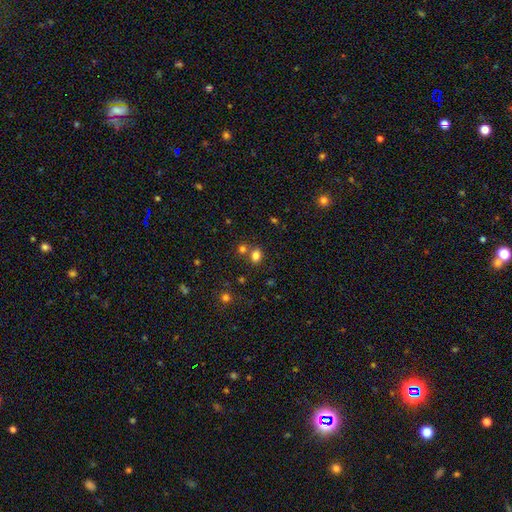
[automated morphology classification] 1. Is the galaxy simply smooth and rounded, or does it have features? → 78% smooth, 15% star or artifact, 6% featured or disk.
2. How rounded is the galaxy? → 56% round, 43% in between, 1% cigar-shaped.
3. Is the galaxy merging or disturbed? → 66% none, 22% merger, 10% minor disturbance, 3% major disturbance.